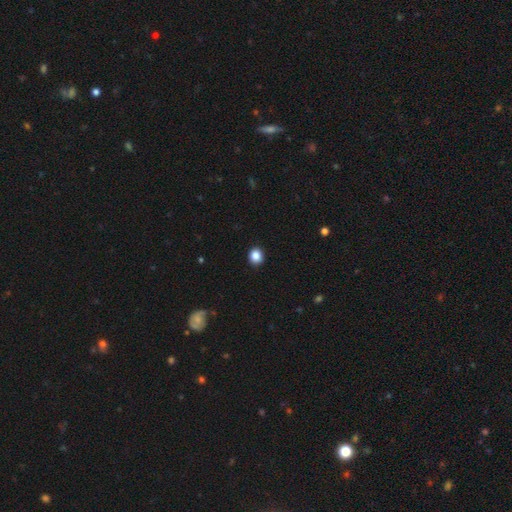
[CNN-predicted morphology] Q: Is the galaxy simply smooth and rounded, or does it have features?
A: smooth — 87%.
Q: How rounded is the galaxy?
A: round — 80%.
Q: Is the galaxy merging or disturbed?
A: none — 92%.